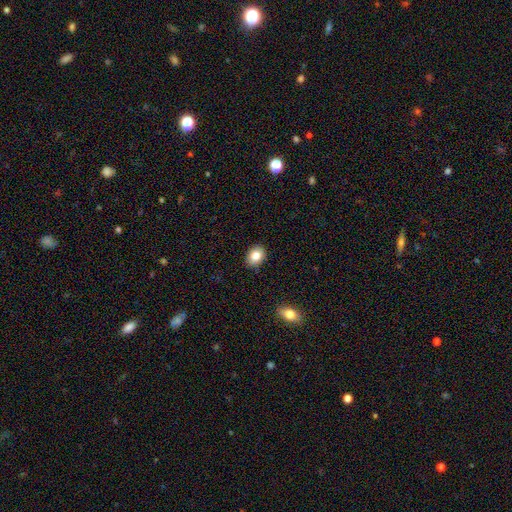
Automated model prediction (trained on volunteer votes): Overall: smooth (83%). How rounded: in between (67%; round 32%). Merging: none (89%).